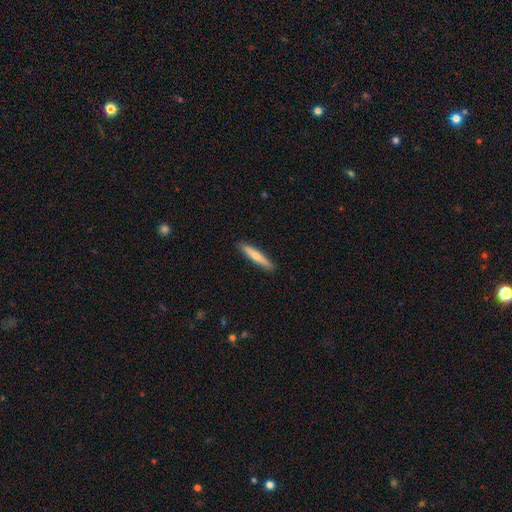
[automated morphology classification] A smooth galaxy with no disk features (63%) that is cigar-shaped (91%).

Vote fractions:
- Smooth or featured? smooth: 63% / featured or disk: 32% / star or artifact: 5%
- How rounded? cigar-shaped: 91% / in between: 8% / round: 1%
- Merging? none: 90% / minor disturbance: 7% / major disturbance: 1% / merger: 1%